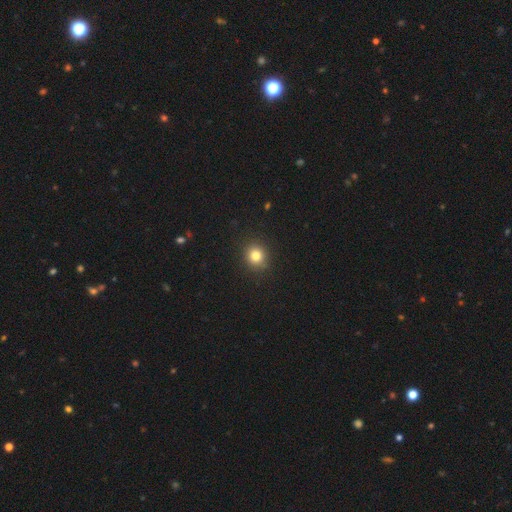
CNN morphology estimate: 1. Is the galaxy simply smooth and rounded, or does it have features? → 81% smooth, 13% star or artifact, 6% featured or disk.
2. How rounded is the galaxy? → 87% round, 12% in between, 1% cigar-shaped.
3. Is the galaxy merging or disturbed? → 90% none, 7% minor disturbance, 2% major disturbance, 1% merger.